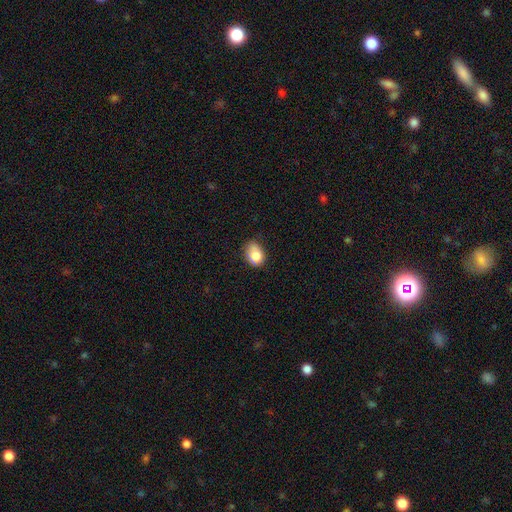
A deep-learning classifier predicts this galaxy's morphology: The model was most divided on "merging": none: 55%, minor disturbance: 35%, major disturbance: 8%, merger: 3%. More confident: smooth or featured — smooth (80%); how rounded — in between (69%).